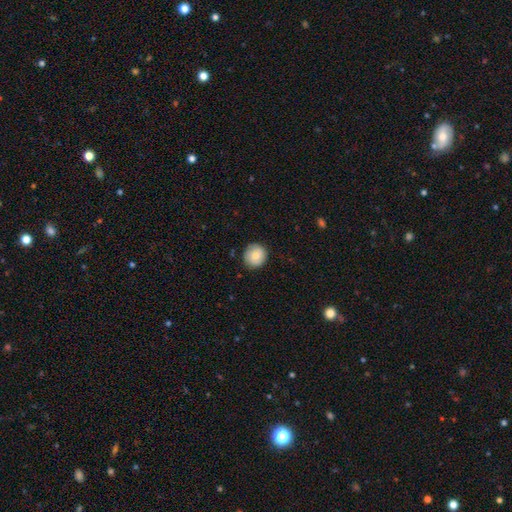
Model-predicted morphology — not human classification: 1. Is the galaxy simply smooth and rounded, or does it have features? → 81% smooth, 12% featured or disk, 7% star or artifact.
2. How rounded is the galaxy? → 91% round, 8% in between, 1% cigar-shaped.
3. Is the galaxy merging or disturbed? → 86% none, 11% minor disturbance, 2% major disturbance, 1% merger.